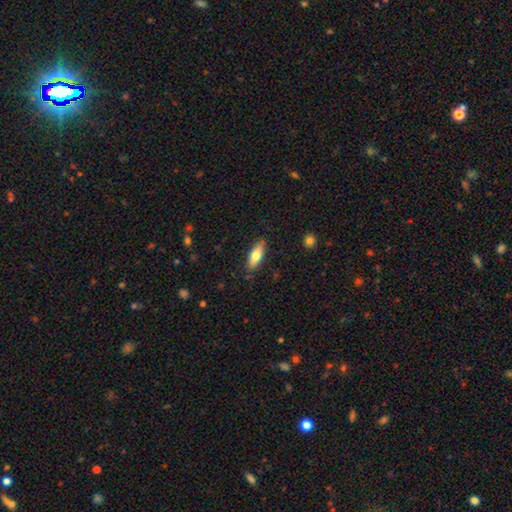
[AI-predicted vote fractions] This appears to be a smooth galaxy with no disk features (72%) that is in between round and cigar-shaped (69%). Merging: none (84%).